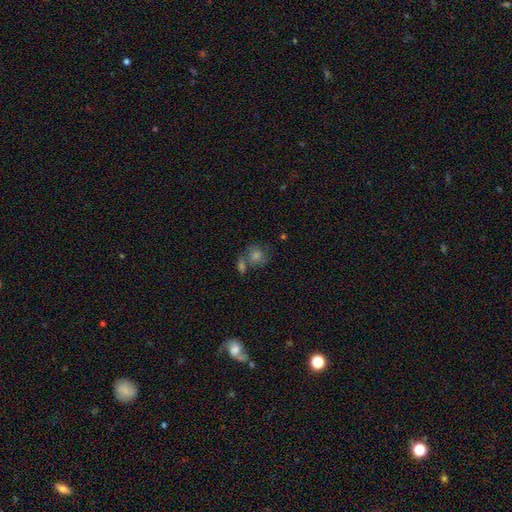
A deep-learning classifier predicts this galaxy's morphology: smooth-or-featured: smooth: 58% | star or artifact: 22% | featured or disk: 20%
  how-rounded: round: 82% | in between: 17% | cigar-shaped: 1%
  merging: none: 56% | merger: 26% | minor disturbance: 12% | major disturbance: 6%